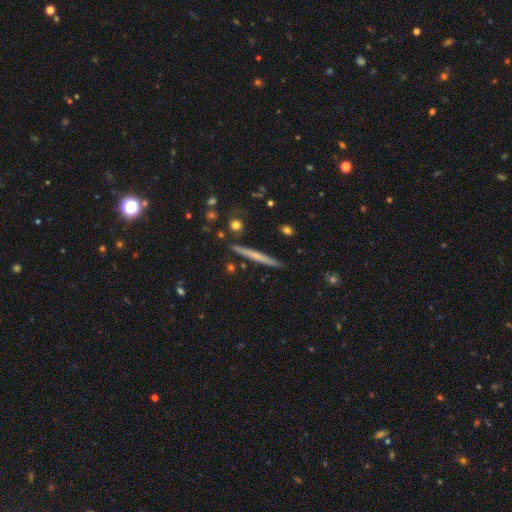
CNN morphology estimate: Overall: smooth (50%; featured or disk 44%). Merging: none (89%).